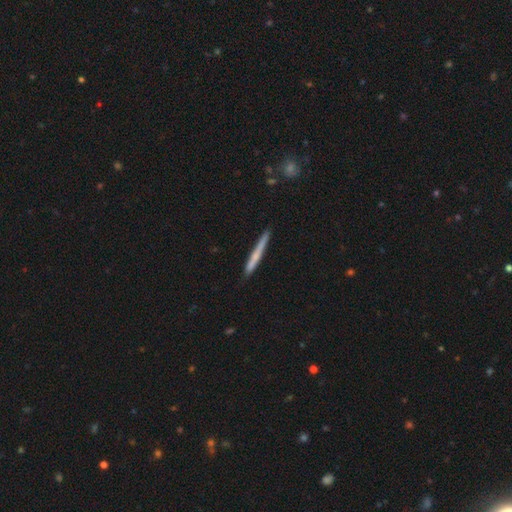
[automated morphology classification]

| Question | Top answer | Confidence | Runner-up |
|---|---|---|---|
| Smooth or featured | smooth | 56% | featured or disk (39%) |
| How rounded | cigar-shaped | 97% | in between (2%) |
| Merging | none | 87% | minor disturbance (10%) |